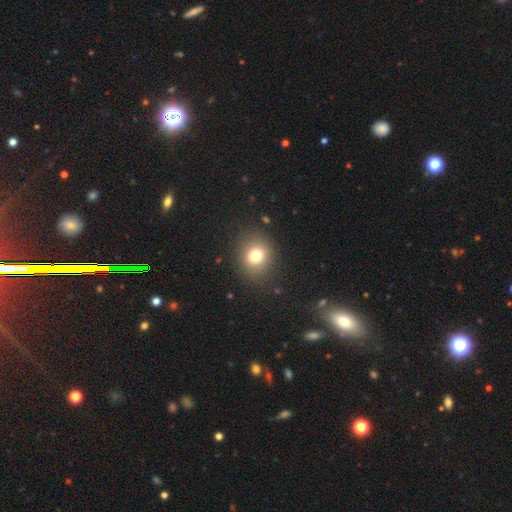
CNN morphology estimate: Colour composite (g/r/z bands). It shows a smooth galaxy with no disk features (76%) that is round (70%). Merging: none (86%).